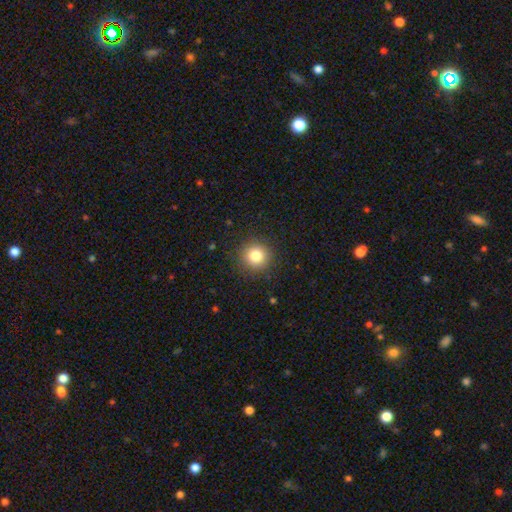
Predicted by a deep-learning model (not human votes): smooth 81%, star or artifact 12%, featured or disk 7%. Down the decision tree: how rounded — round (93%); merging — none (90%).